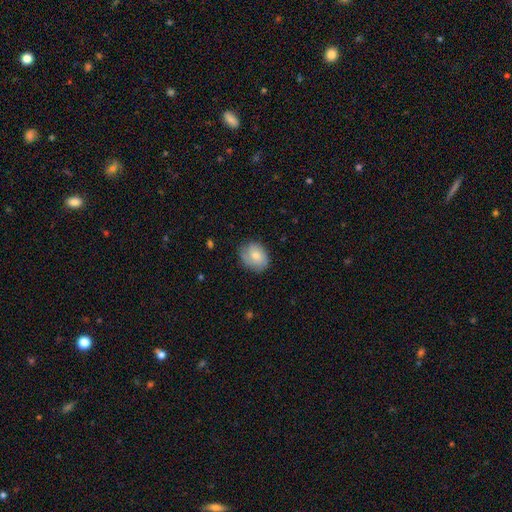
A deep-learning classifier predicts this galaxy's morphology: This appears to be a smooth galaxy with no disk features (70%) that is in between round and cigar-shaped (51%). Merging: none (71%).